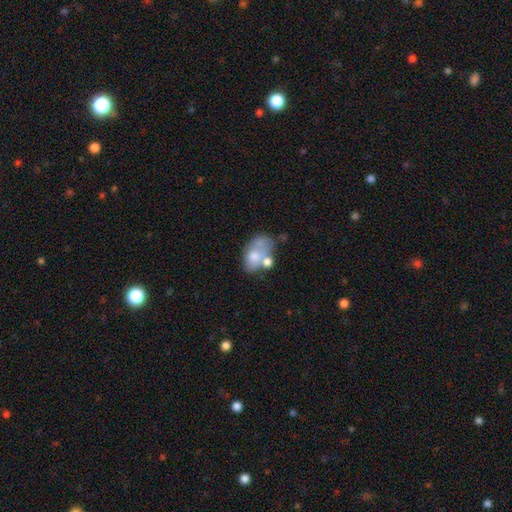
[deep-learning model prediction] Smooth or featured: smooth — 58% (featured or disk — 34%)
How rounded: in between — 86% (round — 12%)
Merging: merger — 35% (none — 29%)